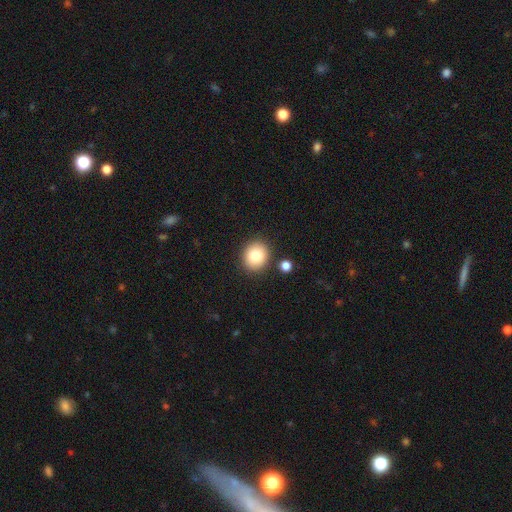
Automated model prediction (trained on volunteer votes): The model was most divided on "how rounded": round: 79%, in between: 20%, cigar-shaped: 1%. More confident: merging — none (86%); smooth or featured — smooth (82%).